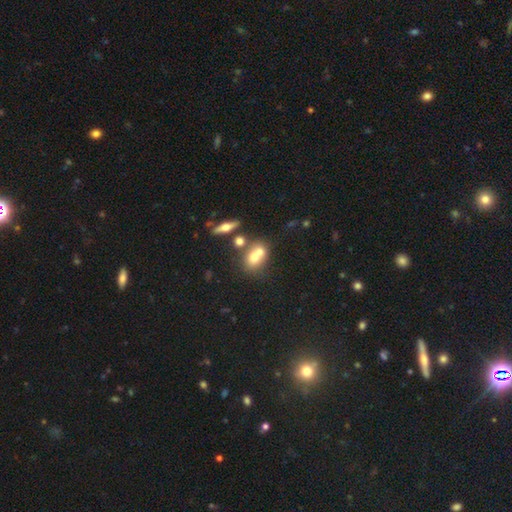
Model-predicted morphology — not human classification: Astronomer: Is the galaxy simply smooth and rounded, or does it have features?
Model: smooth — 61%.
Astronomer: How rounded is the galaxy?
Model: round — 54% (runner-up: in between, 44%).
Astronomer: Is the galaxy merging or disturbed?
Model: merger — 59%.